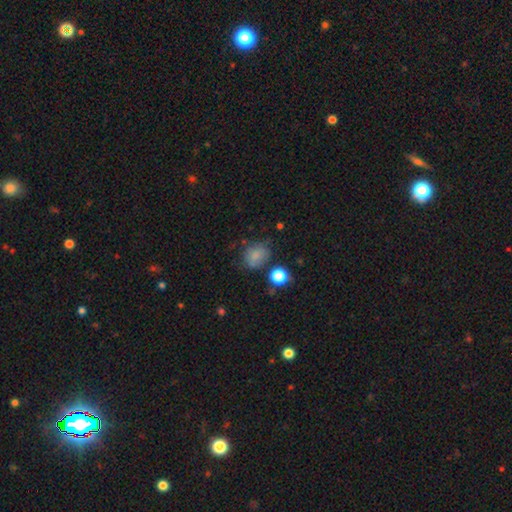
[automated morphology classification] Smooth or featured? smooth (74%)
How rounded? round (56%)
Merging? none (58%)